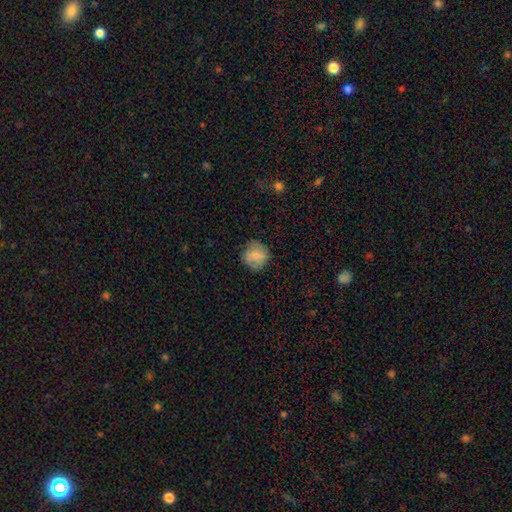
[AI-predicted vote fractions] Smooth or featured? Predicted: smooth (p=0.77). How rounded? Predicted: round (p=0.91). Merging? Predicted: none (p=0.81).